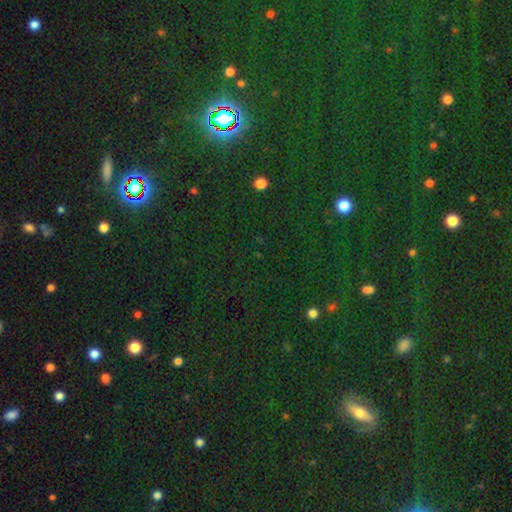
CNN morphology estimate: Smooth or featured? star or artifact (75%)